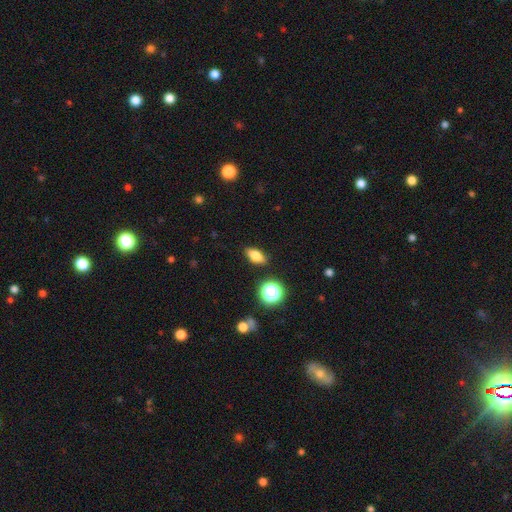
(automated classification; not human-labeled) Smooth or featured? Predicted: smooth (p=0.75). How rounded? Predicted: in between (p=0.75). Merging? Predicted: none (p=0.87).